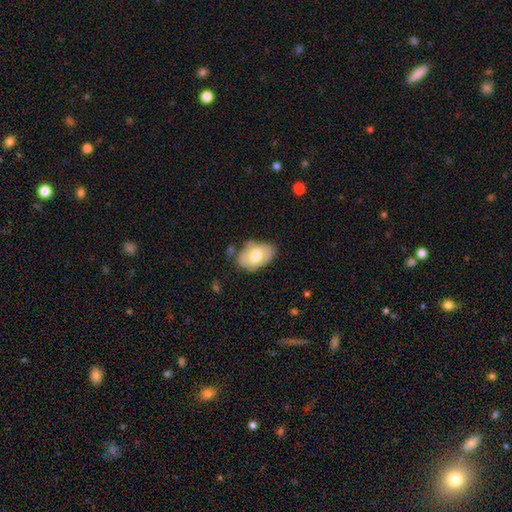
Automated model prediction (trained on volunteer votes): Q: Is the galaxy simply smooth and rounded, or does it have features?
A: smooth — 68%.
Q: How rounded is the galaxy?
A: in between — 89%.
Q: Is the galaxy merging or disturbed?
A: none — 67%.